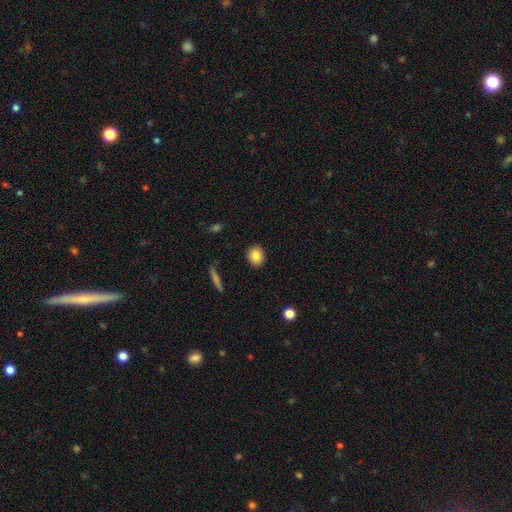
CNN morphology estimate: This is clearly a smooth galaxy (85%). How rounded: likely round (64%). Merging: clearly none (90%).